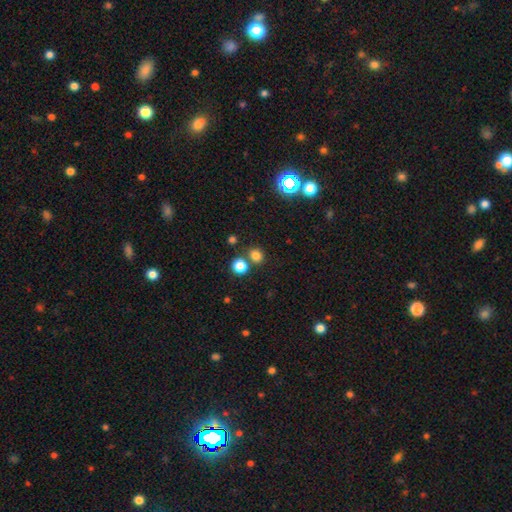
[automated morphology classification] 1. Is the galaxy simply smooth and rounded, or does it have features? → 76% smooth, 19% star or artifact, 5% featured or disk.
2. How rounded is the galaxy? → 80% round, 19% in between, 1% cigar-shaped.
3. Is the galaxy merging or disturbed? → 72% none, 18% merger, 7% minor disturbance, 3% major disturbance.